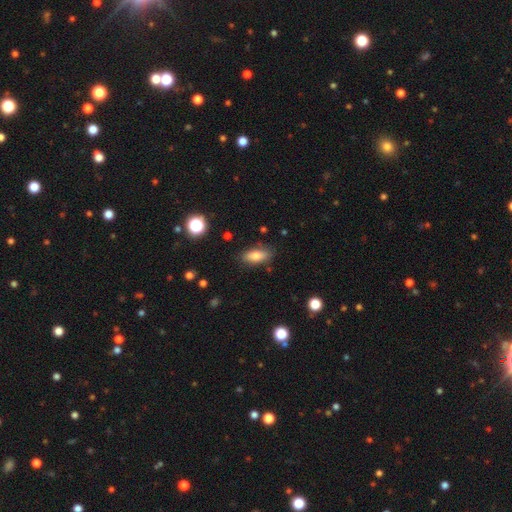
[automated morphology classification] Smooth or featured?
  - smooth: 78% *
  - featured or disk: 14%
  - star or artifact: 9%
How rounded?
  - in between: 79% *
  - cigar-shaped: 17%
  - round: 4%
Merging?
  - none: 81% *
  - minor disturbance: 14%
  - major disturbance: 3%
  - merger: 2%